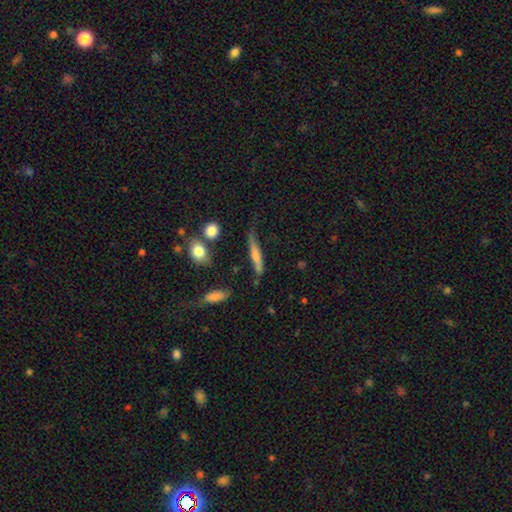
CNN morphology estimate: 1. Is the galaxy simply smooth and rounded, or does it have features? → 51% smooth, 40% featured or disk, 9% star or artifact.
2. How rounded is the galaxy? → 85% cigar-shaped, 11% in between, 3% round.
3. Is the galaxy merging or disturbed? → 59% none, 26% minor disturbance, 9% major disturbance, 5% merger.